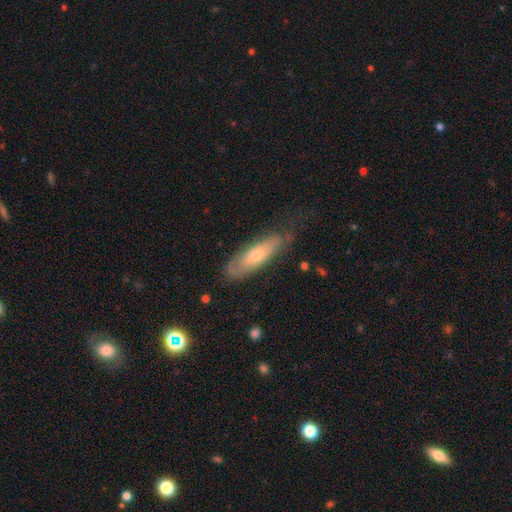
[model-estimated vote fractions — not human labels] Smooth or featured: featured or disk — 47% (smooth — 43%)
Merging: none — 61% (minor disturbance — 27%)